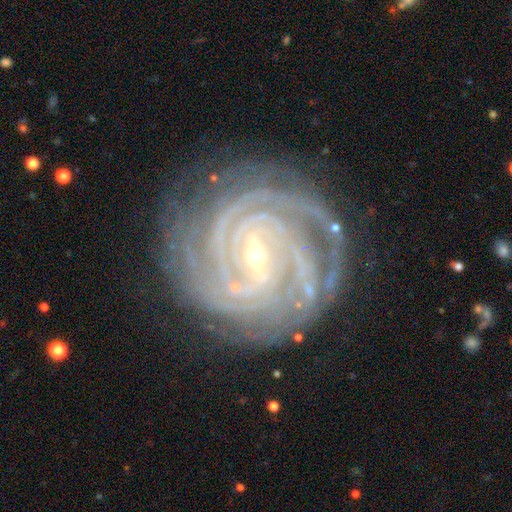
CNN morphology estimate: A featured or disk galaxy (92%) with a weak bar (43%), 4 (31%) tight (83%) spiral arms (99%) and a small central bulge (73%). Merging: none (80%).